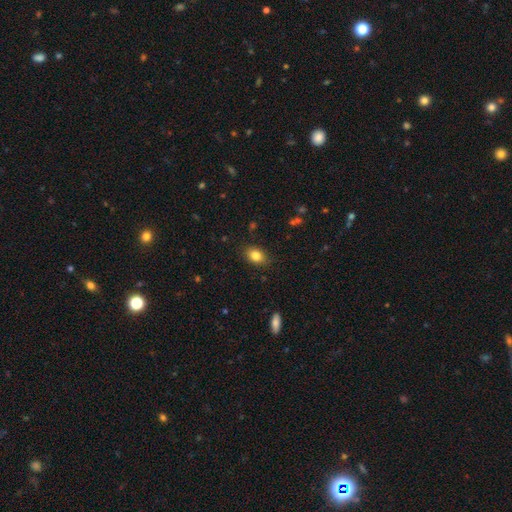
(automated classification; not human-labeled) The model was most divided on "how rounded": in between: 77%, round: 21%, cigar-shaped: 1%. More confident: merging — none (85%); smooth or featured — smooth (83%).